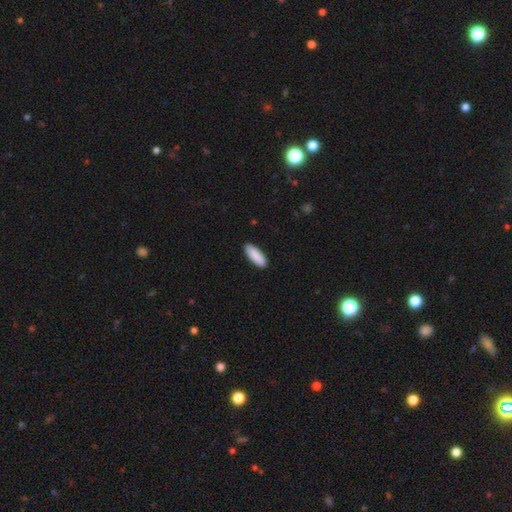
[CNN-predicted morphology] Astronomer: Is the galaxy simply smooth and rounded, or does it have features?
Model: smooth — 90%.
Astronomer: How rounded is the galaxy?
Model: in between — 67%.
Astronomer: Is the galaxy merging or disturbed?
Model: none — 90%.